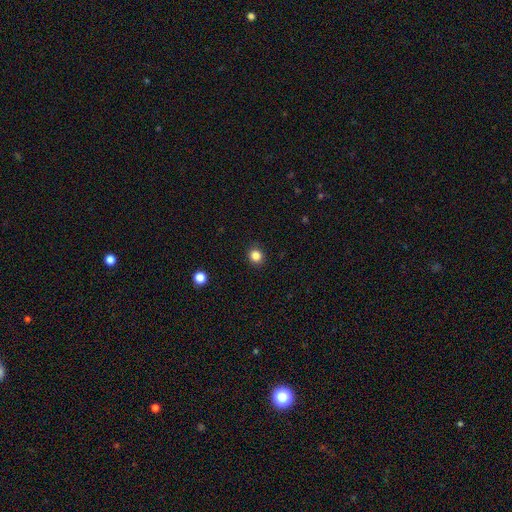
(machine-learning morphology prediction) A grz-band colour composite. It shows a smooth galaxy with no disk features (84%) that is round (87%). Merging: none (91%).